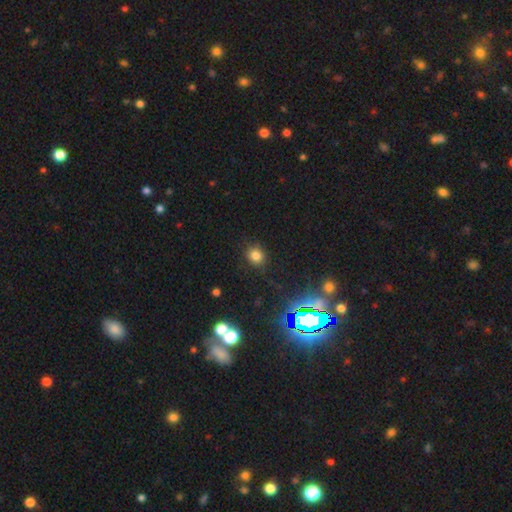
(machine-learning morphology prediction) The model was most divided on "how rounded": round: 78%, in between: 21%, cigar-shaped: 1%. More confident: merging — none (86%); smooth or featured — smooth (76%).